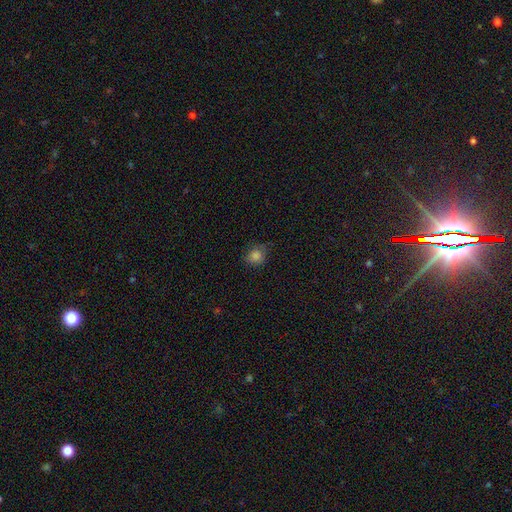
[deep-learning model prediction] Overall: smooth (82%). How rounded: round (75%). Merging: none (74%).